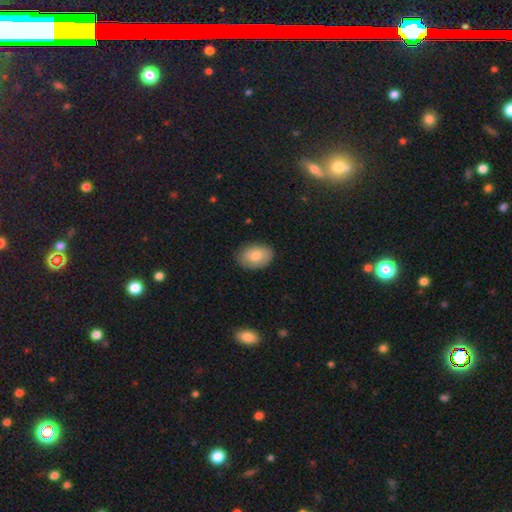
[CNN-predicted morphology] Q: Smooth or featured?
A: smooth (80%); runner-up: featured or disk (13%)
Q: How rounded?
A: in between (82%); runner-up: round (17%)
Q: Merging?
A: none (81%); runner-up: minor disturbance (15%)